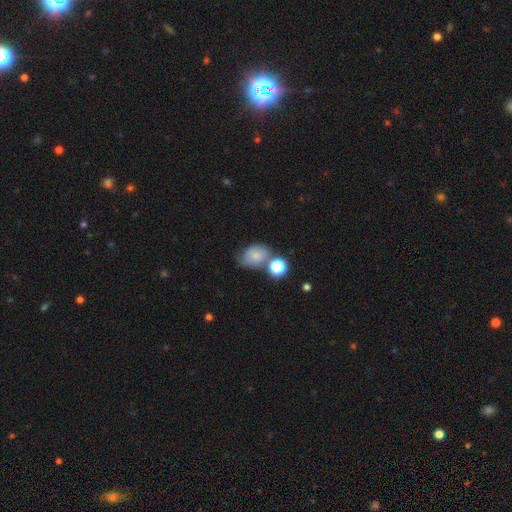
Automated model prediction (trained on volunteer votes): Smooth or featured?
  - smooth: 73% *
  - featured or disk: 13%
  - star or artifact: 13%
How rounded?
  - in between: 62% *
  - round: 37%
  - cigar-shaped: 1%
Merging?
  - none: 48% *
  - minor disturbance: 23%
  - merger: 20%
  - major disturbance: 9%